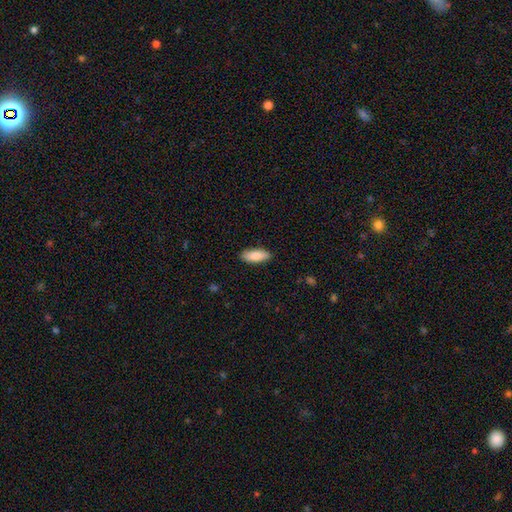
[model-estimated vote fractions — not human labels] Morphology: type=smooth (87%); roundness=in between (76%); merging=none (87%).